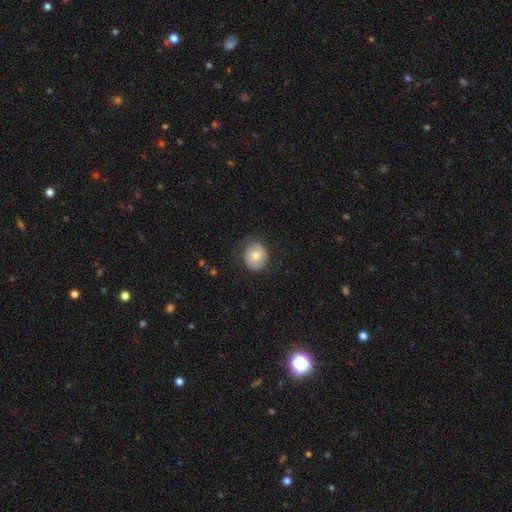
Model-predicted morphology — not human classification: Smooth or featured?
  - smooth: 67% *
  - featured or disk: 26%
  - star or artifact: 7%
How rounded?
  - round: 77% *
  - in between: 22%
  - cigar-shaped: 1%
Merging?
  - none: 71% *
  - minor disturbance: 19%
  - major disturbance: 9%
  - merger: 1%